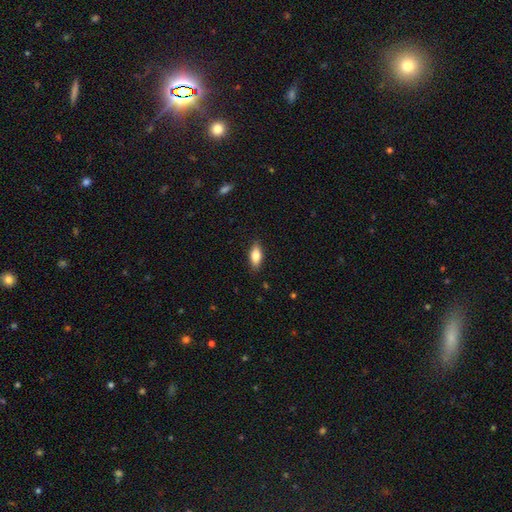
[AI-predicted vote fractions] Overall: smooth (80%). How rounded: in between (83%). Merging: none (86%).